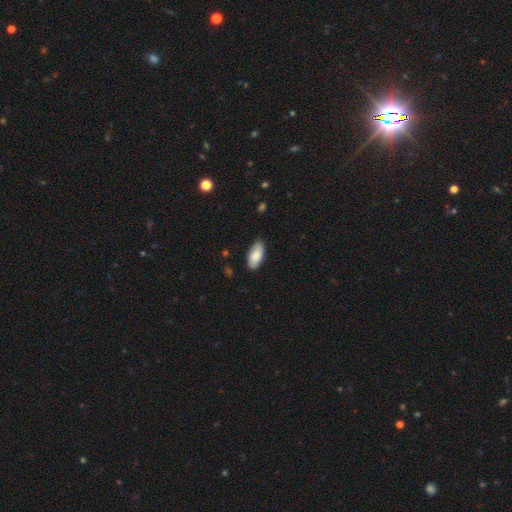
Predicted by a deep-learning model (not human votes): Smooth or featured?
  - smooth: 85% *
  - featured or disk: 9%
  - star or artifact: 6%
How rounded?
  - in between: 92% *
  - cigar-shaped: 7%
  - round: 2%
Merging?
  - none: 85% *
  - minor disturbance: 12%
  - major disturbance: 2%
  - merger: 1%